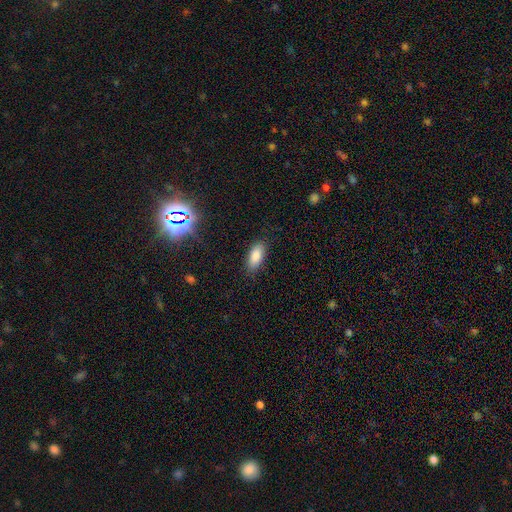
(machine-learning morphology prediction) A smooth galaxy with no disk features (85%) that is in between round and cigar-shaped (86%).

Vote fractions:
- Smooth or featured? smooth: 85% / star or artifact: 9% / featured or disk: 7%
- How rounded? in between: 86% / cigar-shaped: 12% / round: 2%
- Merging? none: 84% / minor disturbance: 11% / major disturbance: 3% / merger: 1%